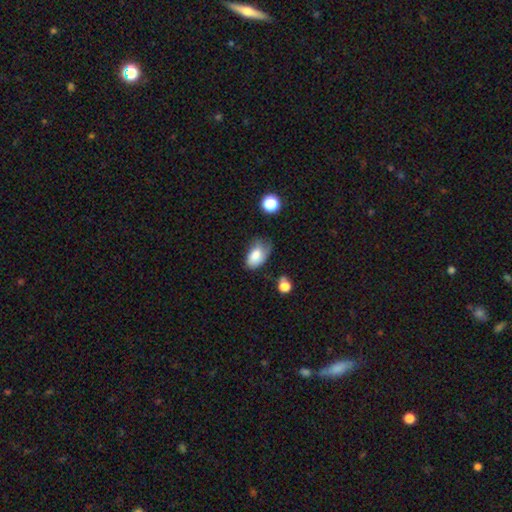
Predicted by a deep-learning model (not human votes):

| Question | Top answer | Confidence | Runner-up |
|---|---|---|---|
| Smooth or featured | smooth | 79% | featured or disk (13%) |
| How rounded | in between | 90% | round (9%) |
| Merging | minor disturbance | 41% | none (40%) |